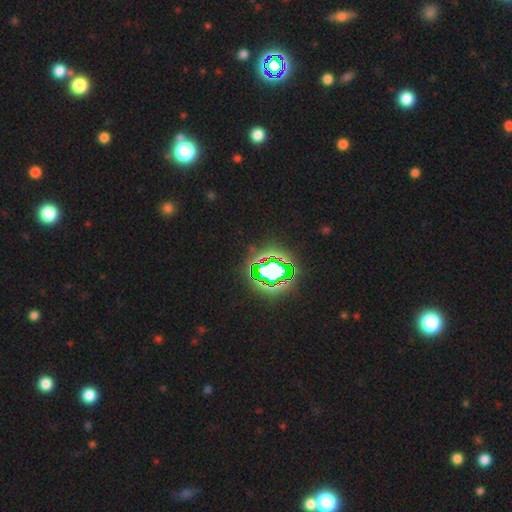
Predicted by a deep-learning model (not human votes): Smooth or featured?
  - star or artifact: 81% *
  - smooth: 12%
  - featured or disk: 7%